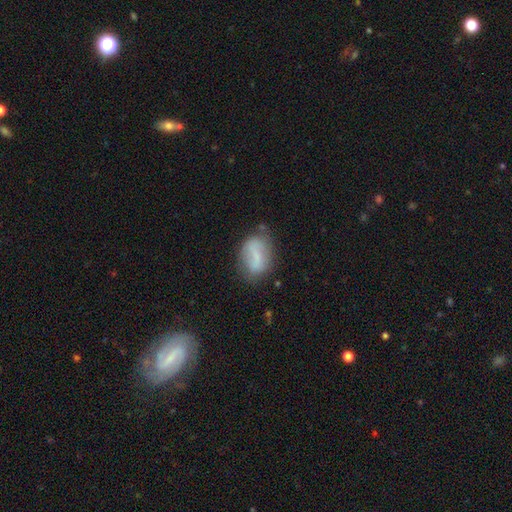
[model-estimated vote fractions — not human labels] Q: Smooth or featured?
A: smooth (62%); runner-up: featured or disk (29%)
Q: How rounded?
A: in between (85%); runner-up: round (11%)
Q: Merging?
A: none (61%); runner-up: minor disturbance (25%)